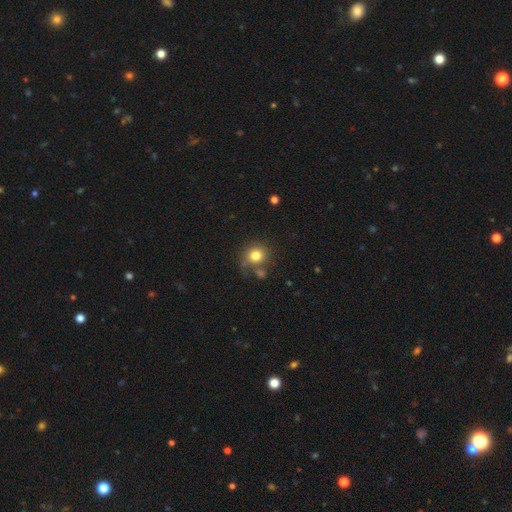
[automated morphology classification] A smooth galaxy with no disk features (79%) that is round (85%).

Vote fractions:
- Smooth or featured? smooth: 79% / star or artifact: 12% / featured or disk: 9%
- How rounded? round: 85% / in between: 14% / cigar-shaped: 1%
- Merging? none: 68% / minor disturbance: 13% / merger: 13% / major disturbance: 5%